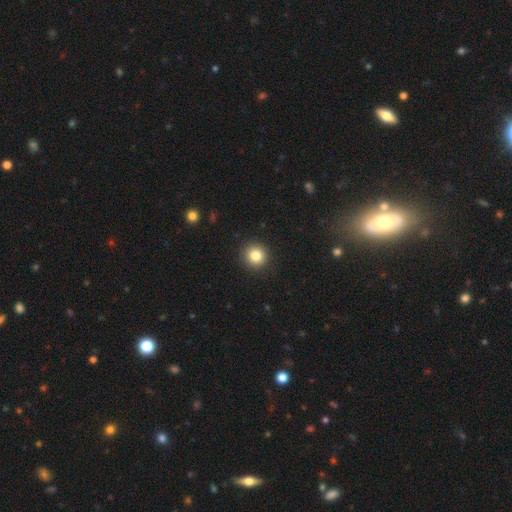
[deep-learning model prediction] A smooth galaxy with no disk features (83%) that is round (93%).

Vote fractions:
- Smooth or featured? smooth: 83% / star or artifact: 11% / featured or disk: 6%
- How rounded? round: 93% / in between: 6% / cigar-shaped: 1%
- Merging? none: 92% / minor disturbance: 5% / major disturbance: 2% / merger: 1%